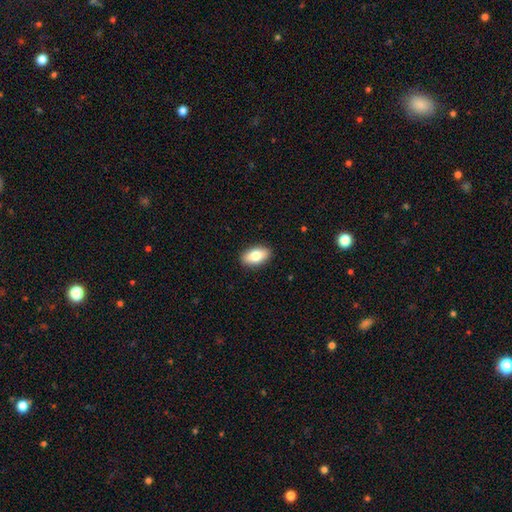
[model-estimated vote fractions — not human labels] This is likely a smooth galaxy (79%). How rounded: clearly in between (92%). Merging: clearly none (90%).